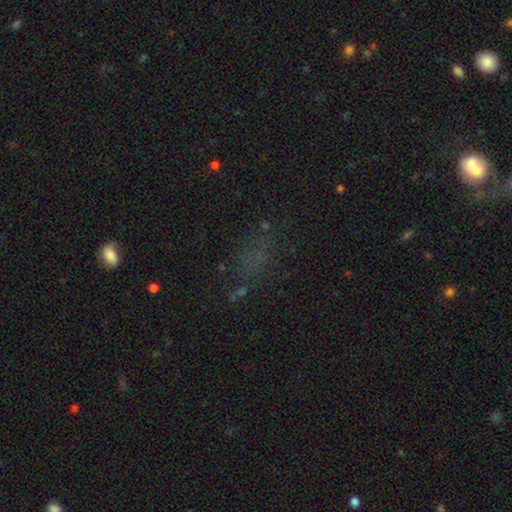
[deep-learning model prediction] Smooth or featured? Predicted: smooth (p=0.43). Merging? Predicted: none (p=0.62).